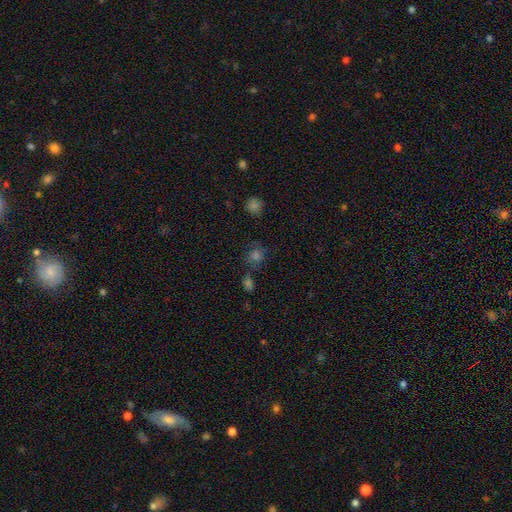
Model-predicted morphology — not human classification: Overall: smooth (50%; star or artifact 33%). How rounded: round (78%). Merging: none (63%).